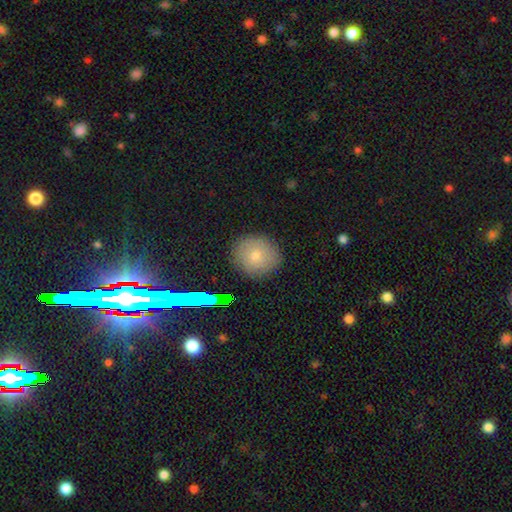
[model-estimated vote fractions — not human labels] A smooth galaxy with no disk features (76%) that is round (85%).

Vote fractions:
- Smooth or featured? smooth: 76% / featured or disk: 13% / star or artifact: 11%
- How rounded? round: 85% / in between: 14% / cigar-shaped: 1%
- Merging? none: 87% / minor disturbance: 9% / major disturbance: 3% / merger: 2%